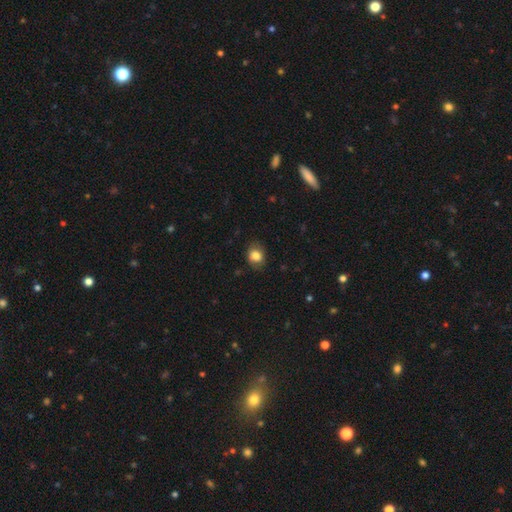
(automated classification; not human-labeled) A smooth galaxy with no disk features (81%) that is in between round and cigar-shaped (51%). Merging: none (79%).